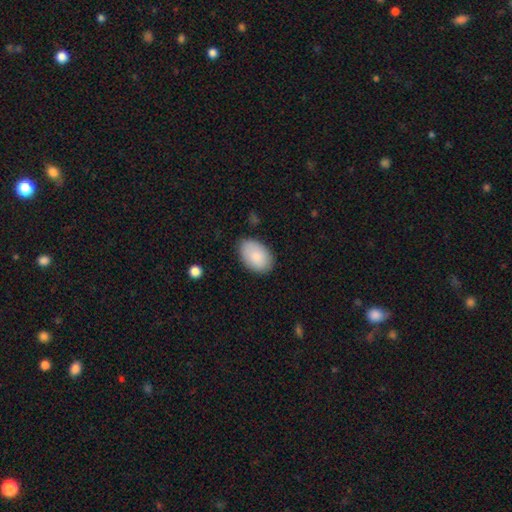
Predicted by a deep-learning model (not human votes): Smooth or featured?
  - smooth: 86% *
  - featured or disk: 8%
  - star or artifact: 6%
How rounded?
  - in between: 91% *
  - round: 8%
  - cigar-shaped: 1%
Merging?
  - none: 82% *
  - minor disturbance: 14%
  - major disturbance: 3%
  - merger: 1%